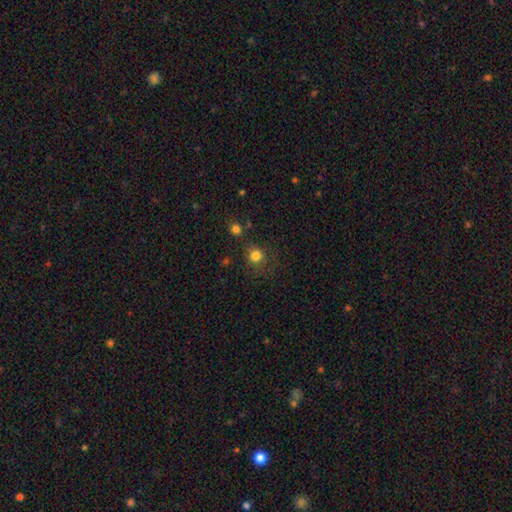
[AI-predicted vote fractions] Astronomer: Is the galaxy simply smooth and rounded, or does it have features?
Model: smooth — 79%.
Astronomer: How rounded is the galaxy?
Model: round — 87%.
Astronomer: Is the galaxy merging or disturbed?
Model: none — 70%.